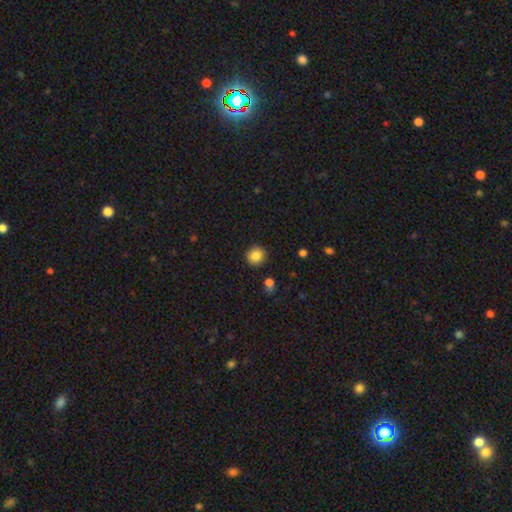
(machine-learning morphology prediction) smooth 85%, star or artifact 10%, featured or disk 5%. Down the decision tree: how rounded — round (92%); merging — none (90%).